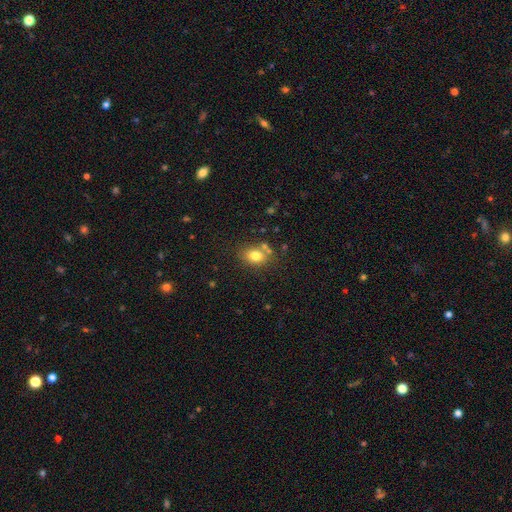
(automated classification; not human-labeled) smooth-or-featured: smooth: 78% | star or artifact: 11% | featured or disk: 11%
  how-rounded: in between: 62% | round: 36% | cigar-shaped: 1%
  merging: none: 66% | minor disturbance: 15% | merger: 15% | major disturbance: 5%